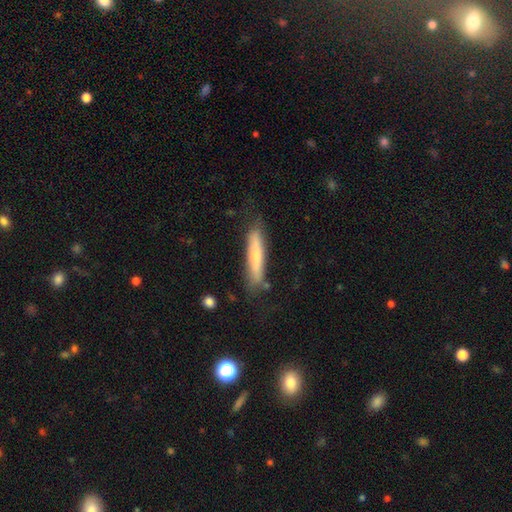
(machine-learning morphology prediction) Smooth or featured? smooth (58%)
How rounded? cigar-shaped (86%)
Merging? none (73%)